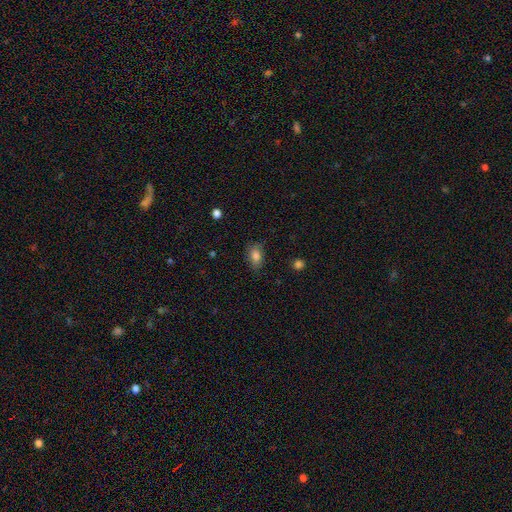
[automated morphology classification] smooth-or-featured: smooth: 83% | star or artifact: 9% | featured or disk: 8%
  how-rounded: in between: 85% | round: 13% | cigar-shaped: 2%
  merging: none: 73% | minor disturbance: 20% | major disturbance: 5% | merger: 1%